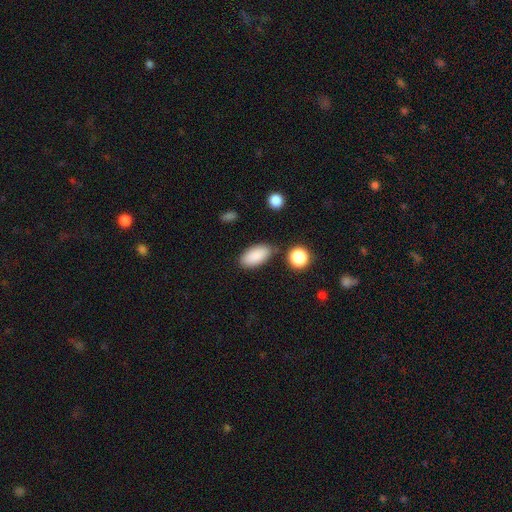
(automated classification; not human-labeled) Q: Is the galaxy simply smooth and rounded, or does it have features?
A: smooth — 88%.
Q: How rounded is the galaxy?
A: in between — 91%.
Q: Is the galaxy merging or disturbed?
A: none — 78%.